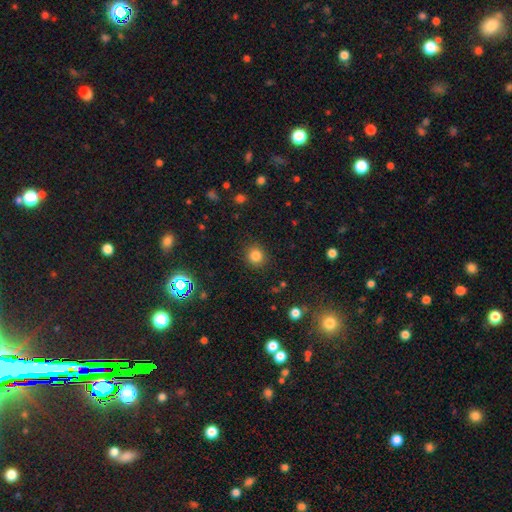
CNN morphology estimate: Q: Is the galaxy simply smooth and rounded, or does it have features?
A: smooth — 81%.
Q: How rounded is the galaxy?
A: round — 87%.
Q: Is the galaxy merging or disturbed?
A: none — 89%.